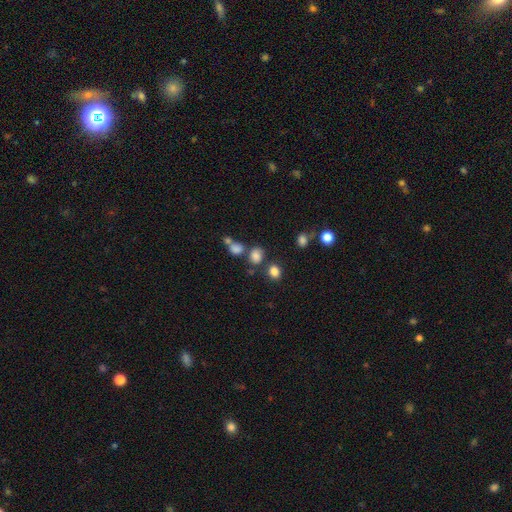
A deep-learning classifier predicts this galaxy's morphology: A smooth galaxy with no disk features (79%) that is round (57%). Merging: none (56%).